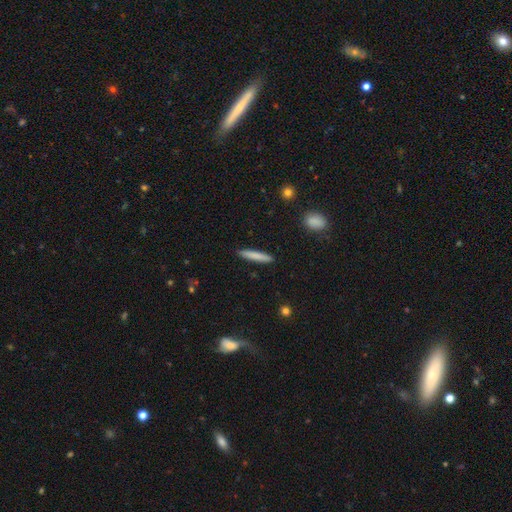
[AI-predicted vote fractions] smooth-or-featured: smooth: 79% | featured or disk: 15% | star or artifact: 6%
  how-rounded: cigar-shaped: 93% | in between: 6% | round: 1%
  merging: none: 91% | minor disturbance: 6% | major disturbance: 1% | merger: 1%